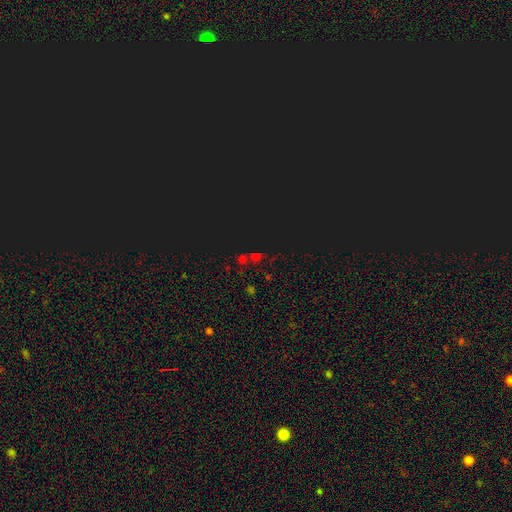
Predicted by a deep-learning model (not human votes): Morphology: type=star or artifact (67%).